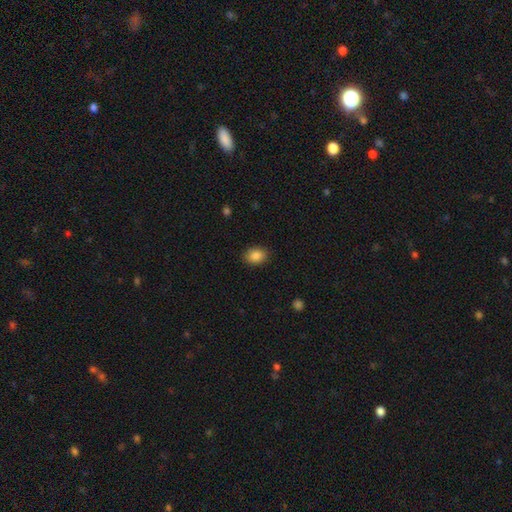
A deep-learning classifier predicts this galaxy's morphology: type=smooth (87%); roundness=in between (70%); merging=none (88%).